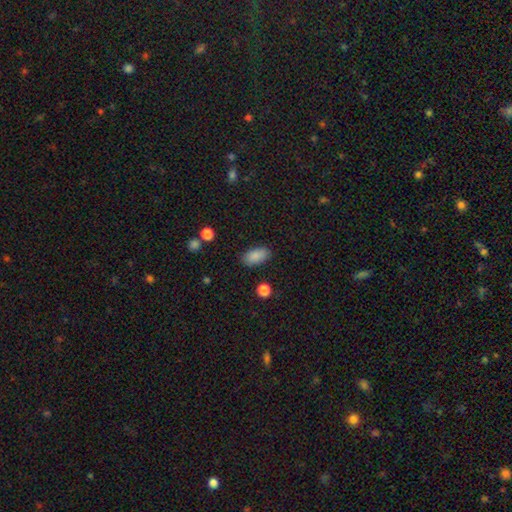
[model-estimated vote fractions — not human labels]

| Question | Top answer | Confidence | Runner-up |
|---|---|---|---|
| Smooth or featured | smooth | 88% | star or artifact (8%) |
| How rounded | in between | 92% | cigar-shaped (5%) |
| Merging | none | 86% | minor disturbance (10%) |